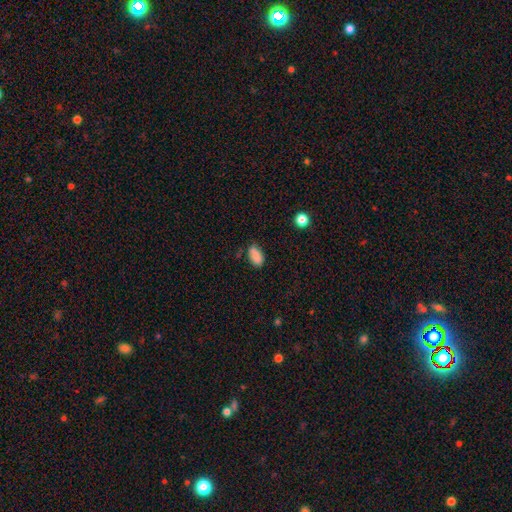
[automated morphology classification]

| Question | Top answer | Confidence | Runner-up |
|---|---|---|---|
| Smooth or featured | smooth | 85% | star or artifact (9%) |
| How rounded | in between | 92% | round (5%) |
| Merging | none | 74% | minor disturbance (20%) |